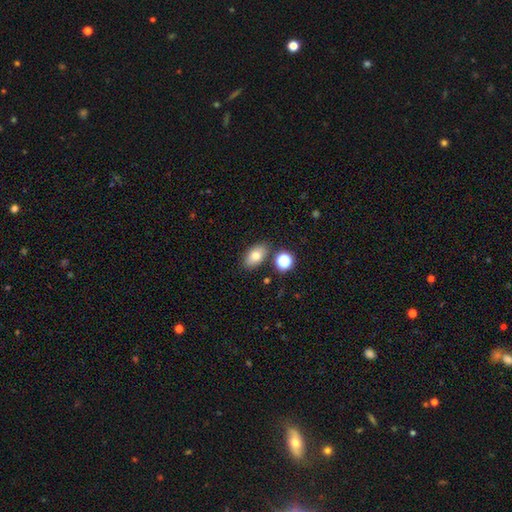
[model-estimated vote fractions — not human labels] Smooth or featured: smooth — 76% (featured or disk — 13%)
How rounded: in between — 87% (round — 11%)
Merging: none — 81% (minor disturbance — 10%)